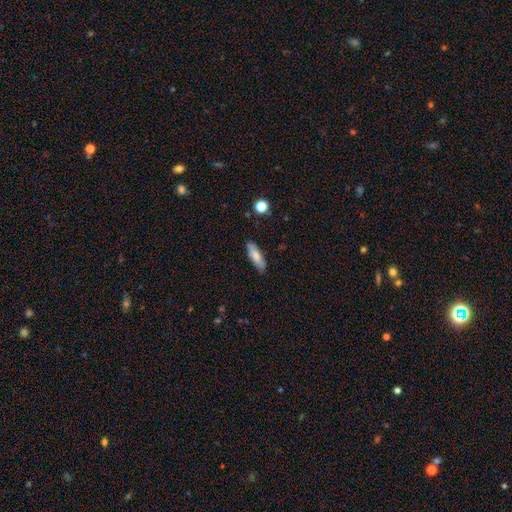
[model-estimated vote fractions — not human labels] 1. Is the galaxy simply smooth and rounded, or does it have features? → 74% smooth, 19% featured or disk, 7% star or artifact.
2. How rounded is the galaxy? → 53% cigar-shaped, 45% in between, 2% round.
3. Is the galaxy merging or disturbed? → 85% none, 11% minor disturbance, 2% major disturbance, 1% merger.